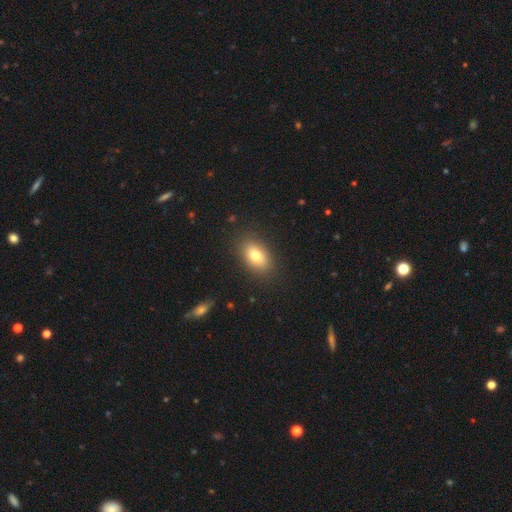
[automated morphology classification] A smooth galaxy with no disk features (77%) that is in between round and cigar-shaped (84%). Merging: none (87%).